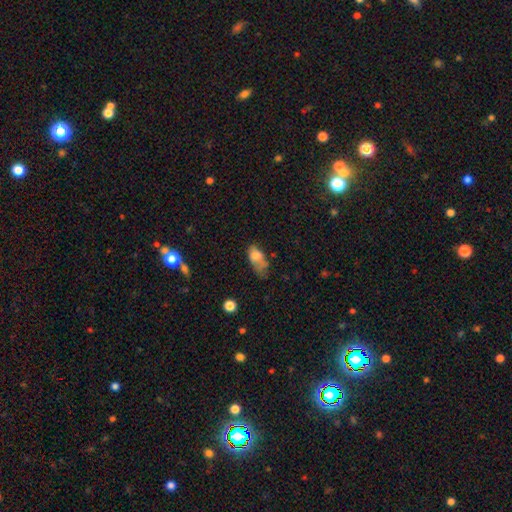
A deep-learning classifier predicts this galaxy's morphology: Smooth or featured? smooth (70%)
How rounded? in between (87%)
Merging? minor disturbance (34%)